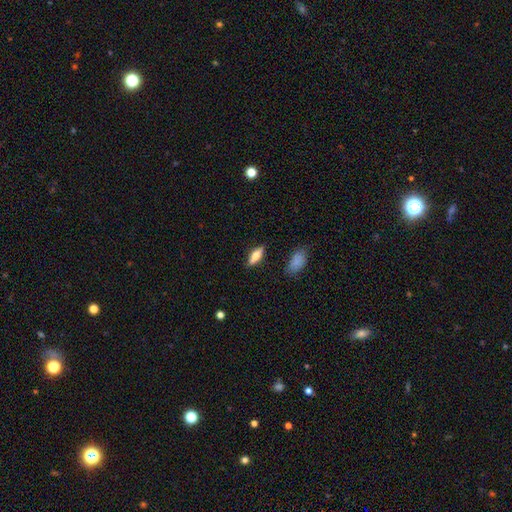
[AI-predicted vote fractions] Q: Smooth or featured?
A: smooth (59%); runner-up: featured or disk (34%)
Q: How rounded?
A: in between (57%); runner-up: cigar-shaped (40%)
Q: Merging?
A: none (85%); runner-up: minor disturbance (11%)